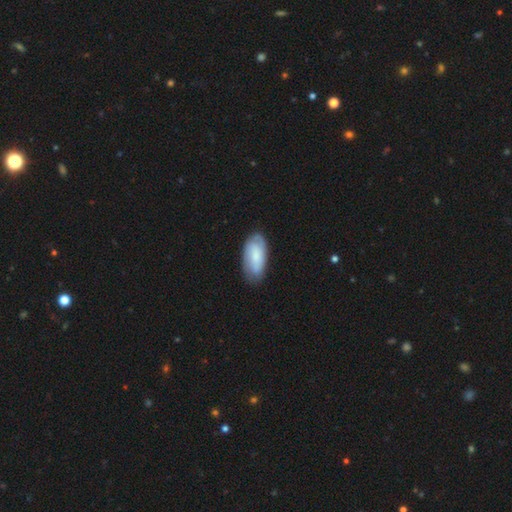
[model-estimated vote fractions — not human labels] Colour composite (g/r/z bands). It shows a smooth galaxy with no disk features (68%) that is in between round and cigar-shaped (91%). Merging: none (75%).